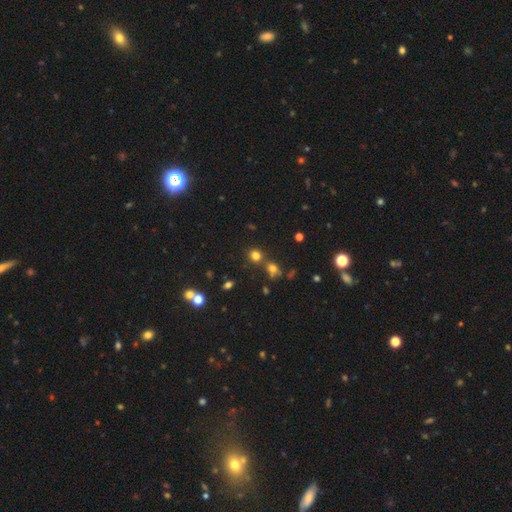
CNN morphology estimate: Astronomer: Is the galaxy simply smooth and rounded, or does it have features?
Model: smooth — 72%.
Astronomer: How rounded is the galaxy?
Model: round — 85%.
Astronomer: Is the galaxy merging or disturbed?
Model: none — 68%.